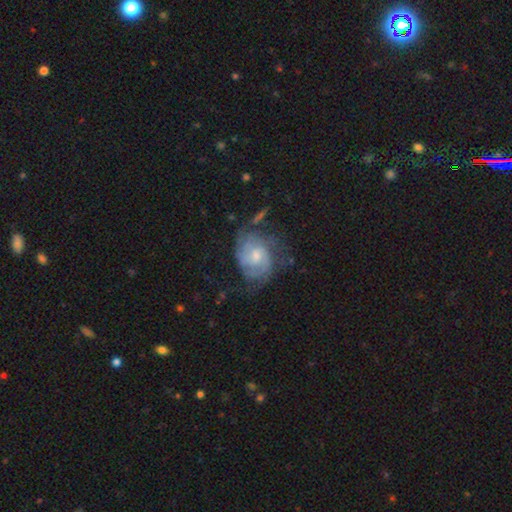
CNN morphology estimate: Smooth or featured? featured or disk (80%)
Edge-on disk? no (98%)
Bar? no (61%)
Spiral arms? yes (94%)
Spiral winding? tight (58%)
Spiral arm count? 2 (36%)
Bulge size? moderate (49%)
Merging? none (59%)